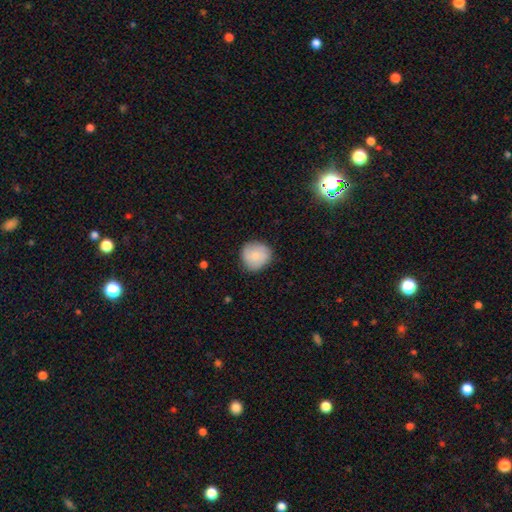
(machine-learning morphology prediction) The model was most divided on "smooth or featured": smooth: 76%, featured or disk: 17%, star or artifact: 6%. More confident: how rounded — round (90%); merging — none (81%).